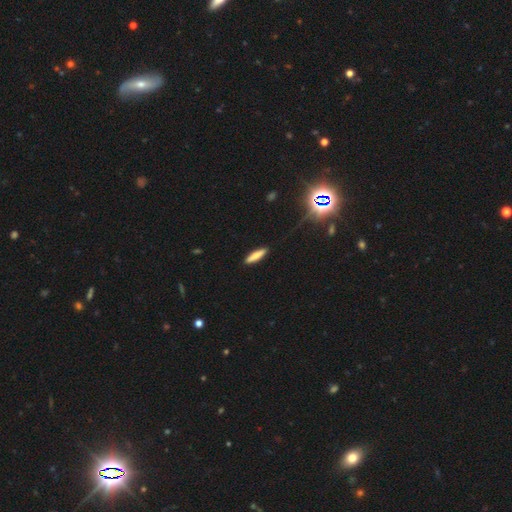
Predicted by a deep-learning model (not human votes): This is likely a smooth galaxy (78%). How rounded: likely cigar-shaped (76%). Merging: clearly none (90%).